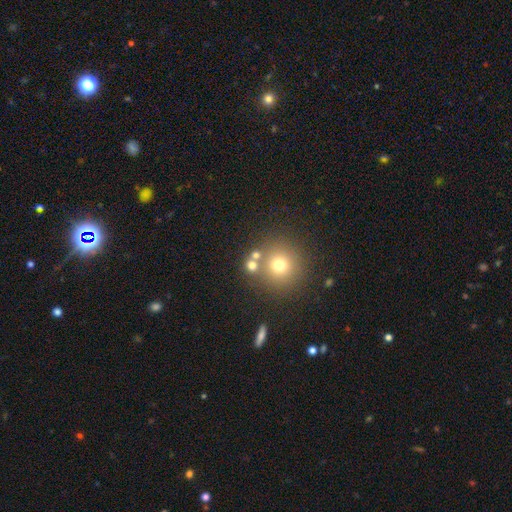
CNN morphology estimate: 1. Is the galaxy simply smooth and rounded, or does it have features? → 69% smooth, 18% star or artifact, 13% featured or disk.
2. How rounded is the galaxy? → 88% round, 11% in between, 1% cigar-shaped.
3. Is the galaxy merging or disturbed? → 64% none, 23% merger, 8% minor disturbance, 5% major disturbance.